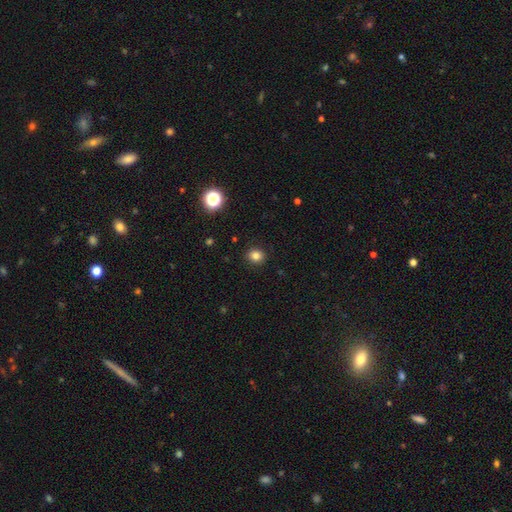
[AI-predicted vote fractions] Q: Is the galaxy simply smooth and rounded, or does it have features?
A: smooth — 82%.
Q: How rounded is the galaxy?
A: round — 79%.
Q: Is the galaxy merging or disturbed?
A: none — 91%.